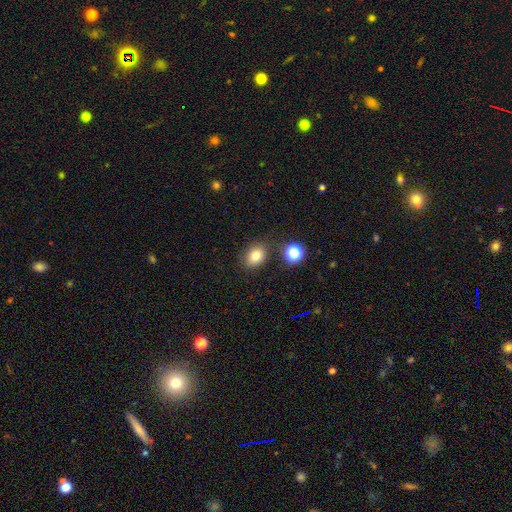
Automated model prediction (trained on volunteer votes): Overall: smooth (78%). How rounded: in between (55%; round 44%). Merging: none (81%).